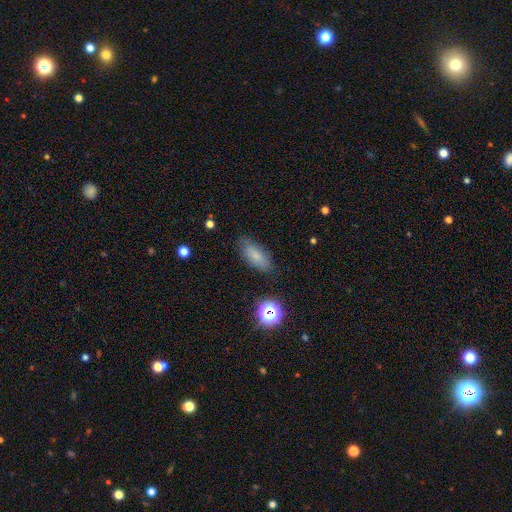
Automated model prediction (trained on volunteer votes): Smooth or featured? smooth (77%)
How rounded? in between (81%)
Merging? none (78%)